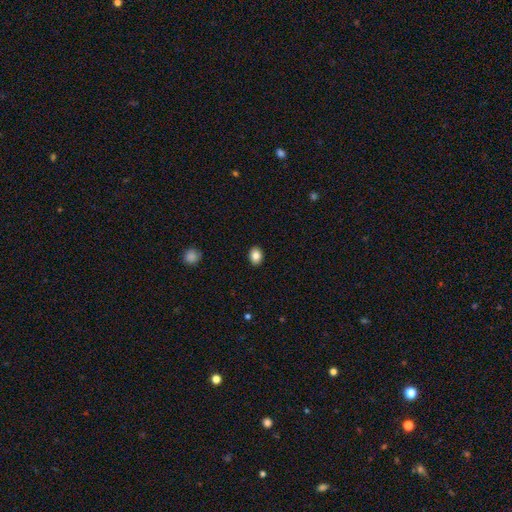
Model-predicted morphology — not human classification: A smooth galaxy with no disk features (85%) that is in between round and cigar-shaped (66%).

Vote fractions:
- Smooth or featured? smooth: 85% / star or artifact: 9% / featured or disk: 6%
- How rounded? in between: 66% / round: 33% / cigar-shaped: 1%
- Merging? none: 90% / minor disturbance: 7% / major disturbance: 2% / merger: 1%